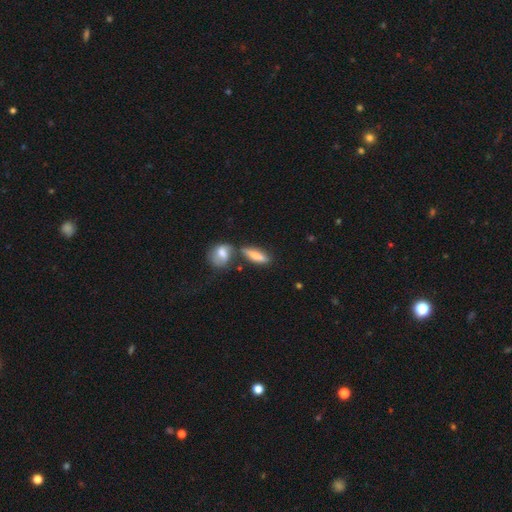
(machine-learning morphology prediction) Q: Smooth or featured?
A: smooth (67%); runner-up: featured or disk (25%)
Q: How rounded?
A: cigar-shaped (57%); runner-up: in between (38%)
Q: Merging?
A: none (59%); runner-up: merger (21%)